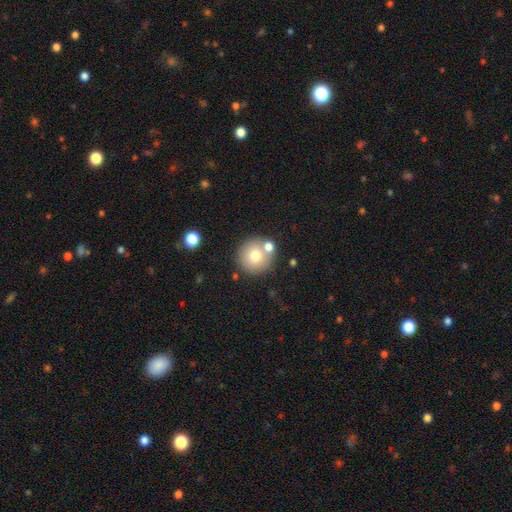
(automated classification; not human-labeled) Overall: smooth (73%). How rounded: round (94%). Merging: none (70%).